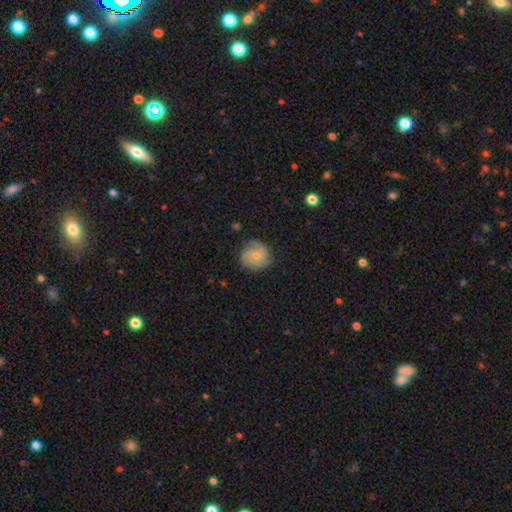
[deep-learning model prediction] Smooth or featured? featured or disk (54%)
Edge-on disk? no (98%)
Bar? no (64%)
Spiral arms? yes (90%)
Bulge size? small (53%)
Merging? none (78%)